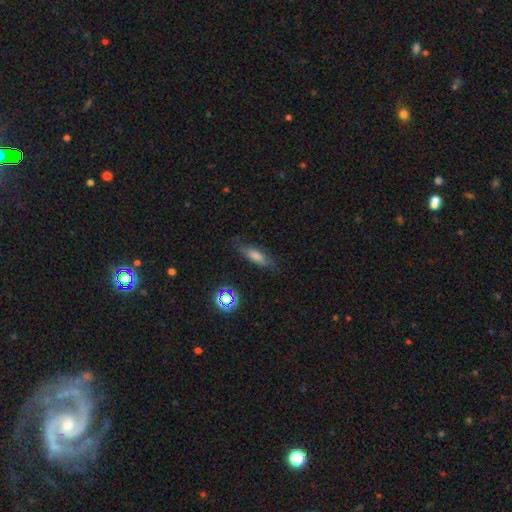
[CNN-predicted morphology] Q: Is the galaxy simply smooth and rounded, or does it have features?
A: smooth — 58%.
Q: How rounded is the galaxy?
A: cigar-shaped — 56%.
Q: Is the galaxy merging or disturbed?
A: none — 77%.